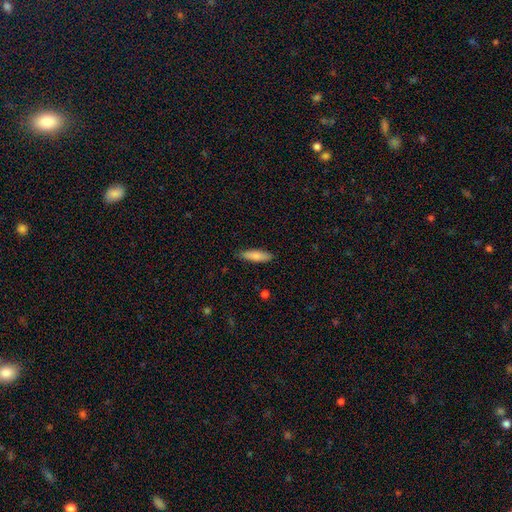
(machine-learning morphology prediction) The model was most divided on "how rounded": cigar-shaped: 64%, in between: 34%, round: 2%. More confident: merging — none (88%); smooth or featured — smooth (83%).